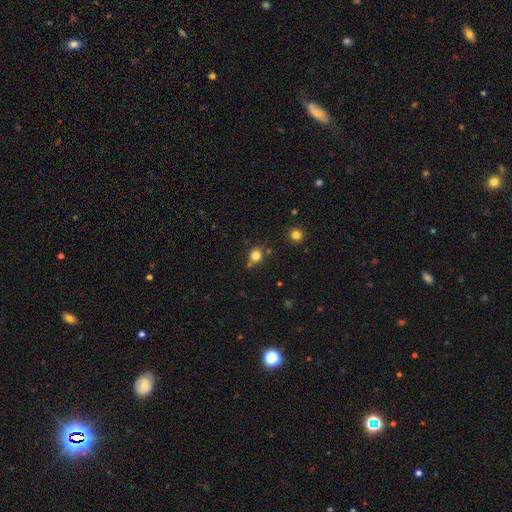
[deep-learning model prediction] smooth-or-featured: smooth: 80% | star or artifact: 14% | featured or disk: 6%
  how-rounded: round: 86% | in between: 13% | cigar-shaped: 1%
  merging: none: 73% | minor disturbance: 12% | merger: 11% | major disturbance: 3%